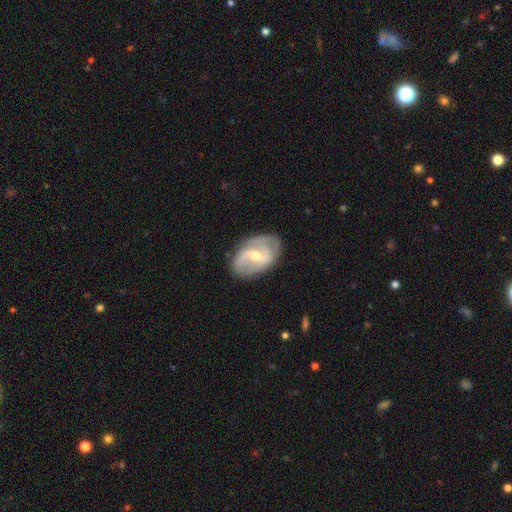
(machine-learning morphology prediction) Smooth or featured?
  - featured or disk: 81% *
  - smooth: 14%
  - star or artifact: 5%
Edge-on disk?
  - no: 96% *
  - yes: 4%
Bar?
  - weak: 49% *
  - no: 25%
  - strong: 25%
Spiral arms?
  - yes: 90% *
  - no: 10%
Spiral winding?
  - medium: 46% *
  - loose: 29%
  - tight: 26%
Spiral arm count?
  - 2: 73% *
  - can't tell: 13%
  - 3: 7%
  - 1: 4%
  - 4: 2%
  - more than 4: 2%
Bulge size?
  - moderate: 52% *
  - small: 44%
  - large: 2%
  - none: 1%
  - dominant: 1%
Merging?
  - none: 74% *
  - minor disturbance: 18%
  - major disturbance: 6%
  - merger: 1%